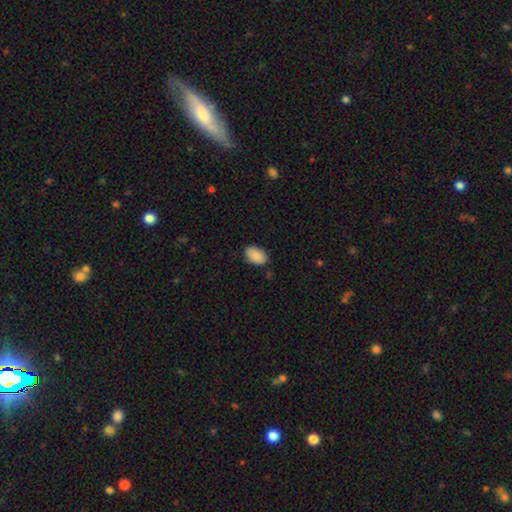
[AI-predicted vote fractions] This appears to be a smooth galaxy with no disk features (90%) that is in between round and cigar-shaped (91%). Merging: none (81%).